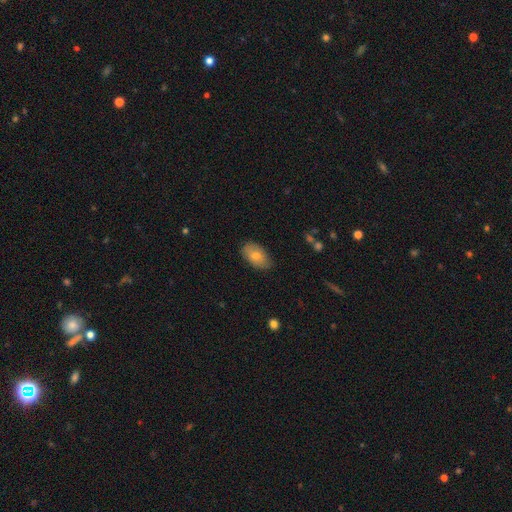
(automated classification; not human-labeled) This appears to be a smooth galaxy with no disk features (77%) that is in between round and cigar-shaped (93%). Merging: none (82%).